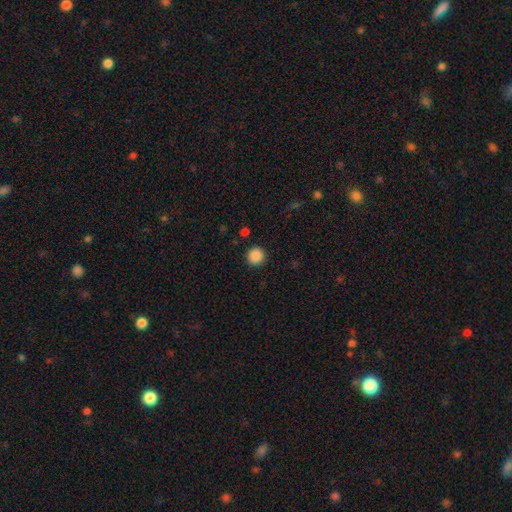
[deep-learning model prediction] This is clearly a smooth galaxy (88%). How rounded: clearly round (94%). Merging: clearly none (91%).